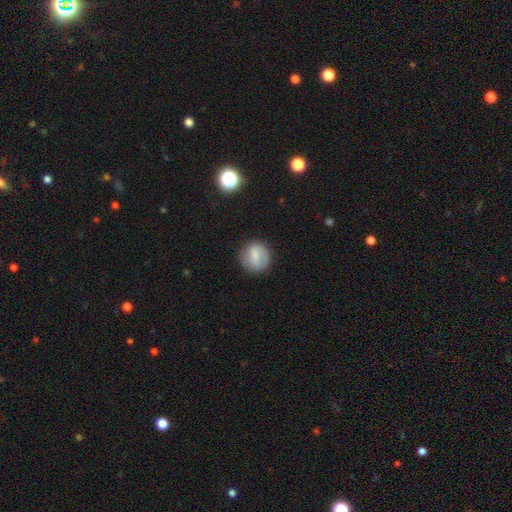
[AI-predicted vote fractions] smooth_or_featured: smooth (p=0.71) [alt: featured or disk p=0.21]
how_rounded: round (p=0.82) [alt: in between p=0.17]
merging: none (p=0.82) [alt: minor disturbance p=0.13]